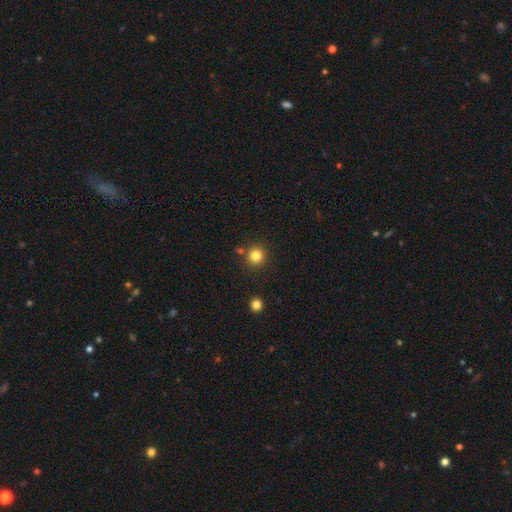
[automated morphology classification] Smooth or featured?
  - smooth: 83% *
  - star or artifact: 12%
  - featured or disk: 5%
How rounded?
  - round: 93% *
  - in between: 6%
  - cigar-shaped: 1%
Merging?
  - none: 84% *
  - minor disturbance: 7%
  - merger: 7%
  - major disturbance: 2%